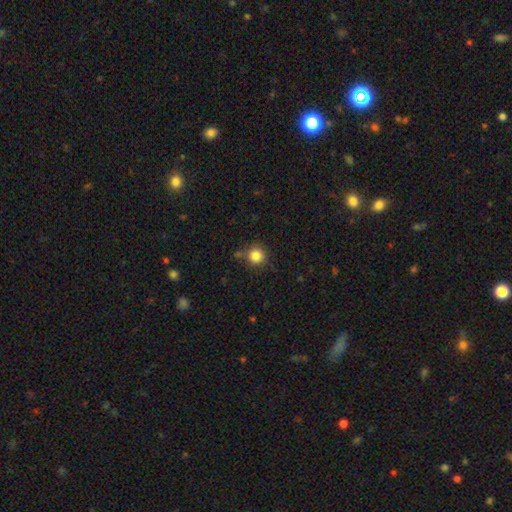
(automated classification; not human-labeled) This appears to be a smooth galaxy with no disk features (84%) that is round (93%). Merging: none (79%).